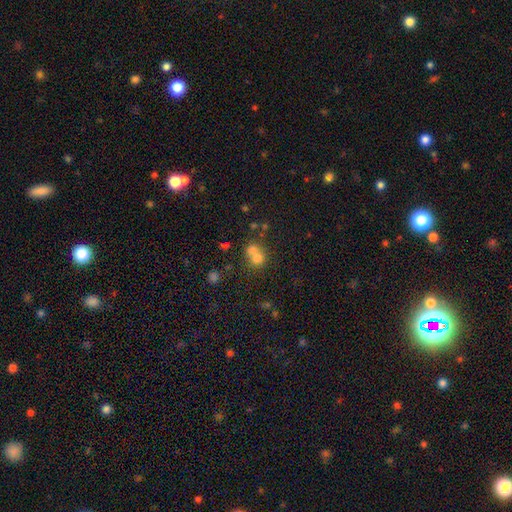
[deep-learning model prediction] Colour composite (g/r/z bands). It shows a smooth galaxy with no disk features (69%) that is round (80%). Merging: merger (61%).